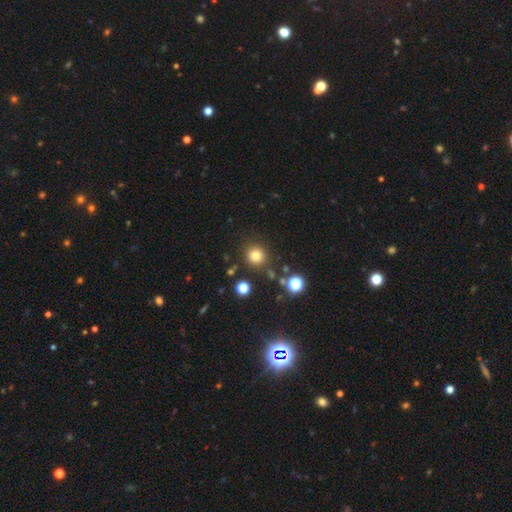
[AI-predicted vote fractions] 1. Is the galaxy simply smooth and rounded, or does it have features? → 79% smooth, 15% star or artifact, 6% featured or disk.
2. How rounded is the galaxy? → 92% round, 7% in between, 1% cigar-shaped.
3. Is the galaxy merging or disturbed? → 84% none, 8% minor disturbance, 4% merger, 3% major disturbance.